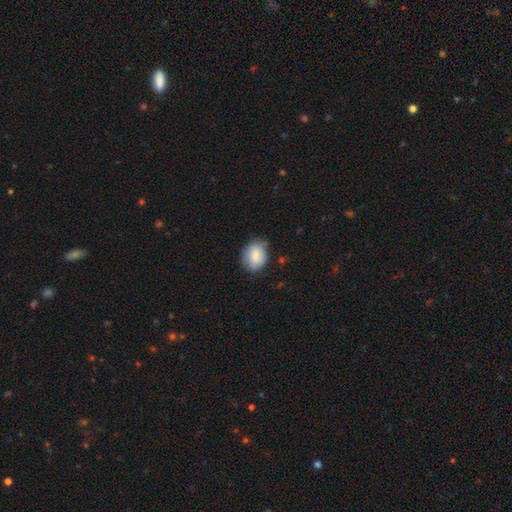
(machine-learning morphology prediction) smooth 82%, featured or disk 11%, star or artifact 7%. Down the decision tree: how rounded — in between (54%); merging — none (74%).